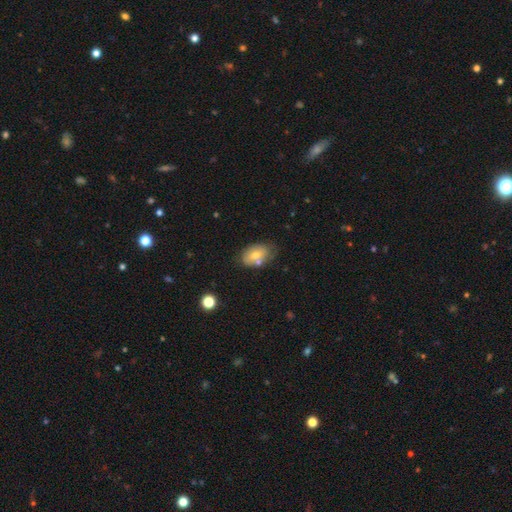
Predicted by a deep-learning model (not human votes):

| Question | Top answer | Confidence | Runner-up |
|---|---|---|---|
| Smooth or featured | smooth | 66% | featured or disk (26%) |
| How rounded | in between | 89% | round (10%) |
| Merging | none | 58% | minor disturbance (22%) |